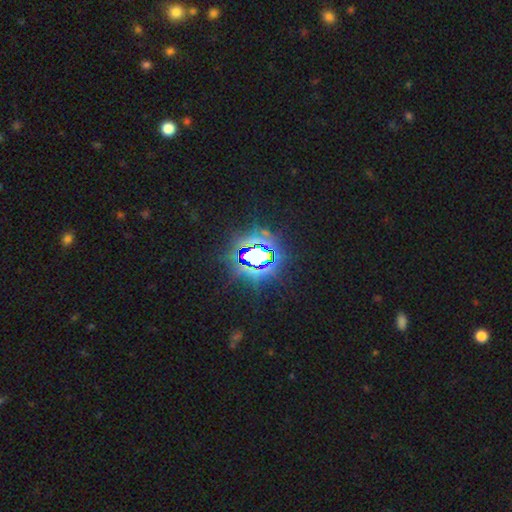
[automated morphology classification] type=star or artifact (77%).